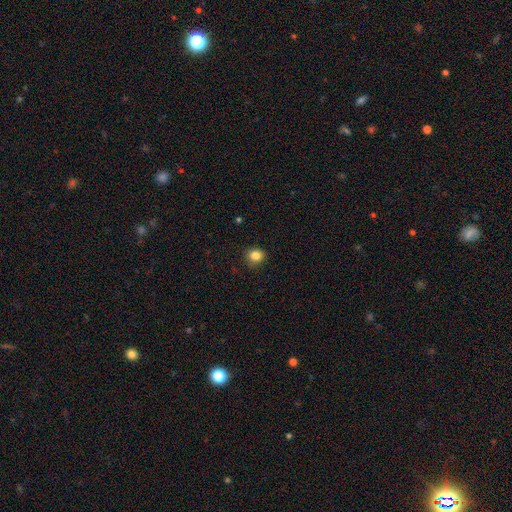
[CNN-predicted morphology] smooth-or-featured: smooth: 83% | star or artifact: 11% | featured or disk: 5%
  how-rounded: round: 81% | in between: 18% | cigar-shaped: 1%
  merging: none: 87% | minor disturbance: 10% | major disturbance: 2% | merger: 1%